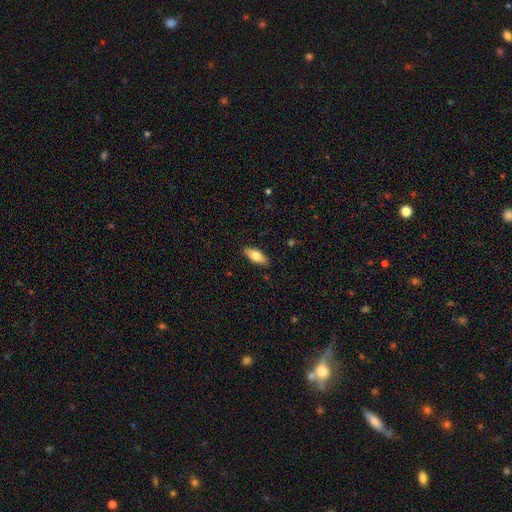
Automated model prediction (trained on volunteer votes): Smooth or featured?
  - smooth: 74% *
  - featured or disk: 20%
  - star or artifact: 6%
How rounded?
  - in between: 76% *
  - cigar-shaped: 22%
  - round: 2%
Merging?
  - none: 88% *
  - minor disturbance: 9%
  - major disturbance: 2%
  - merger: 1%